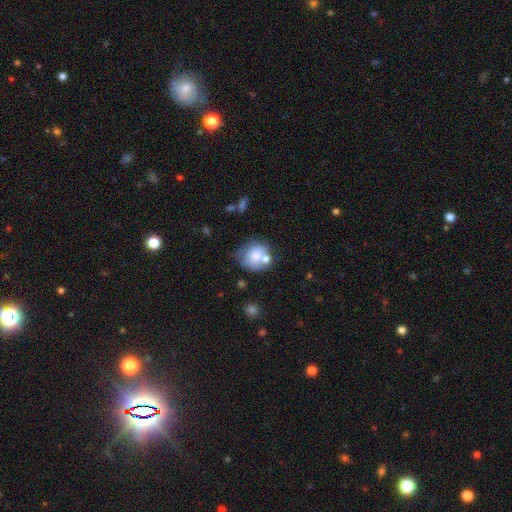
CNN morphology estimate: smooth_or_featured: smooth (p=0.73) [alt: featured or disk p=0.19]
how_rounded: round (p=0.71) [alt: in between p=0.28]
merging: none (p=0.43) [alt: minor disturbance p=0.24]